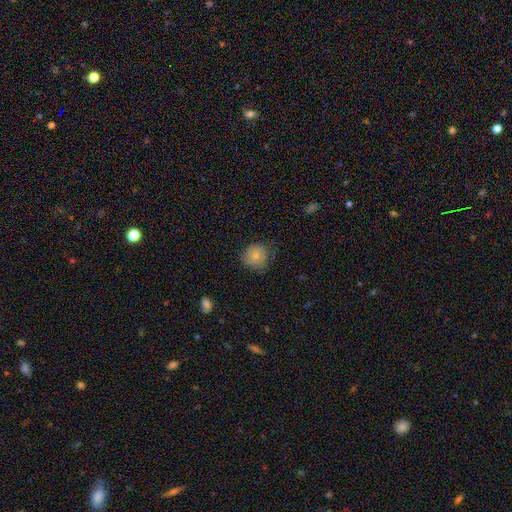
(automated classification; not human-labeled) smooth 78%, featured or disk 13%, star or artifact 9%. Down the decision tree: how rounded — round (87%); merging — none (68%).